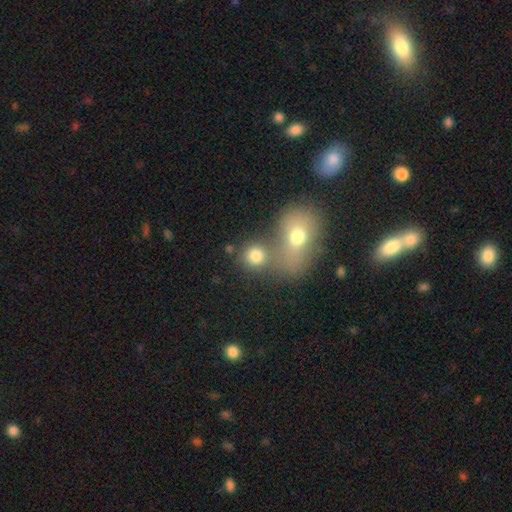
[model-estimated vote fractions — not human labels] A smooth galaxy with no disk features (78%) that is round (76%). Merging: merger (50%).